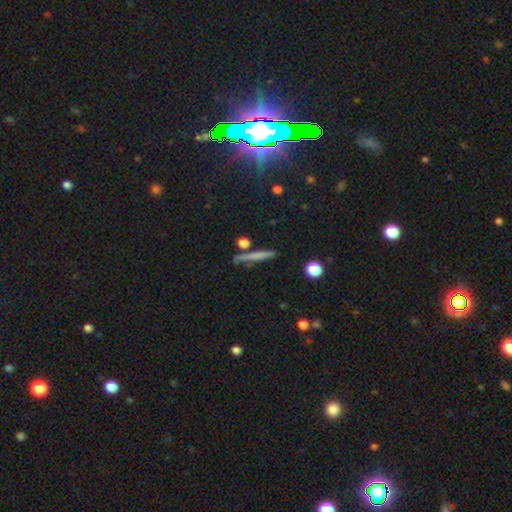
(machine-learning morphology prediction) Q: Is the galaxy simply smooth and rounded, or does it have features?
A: smooth — 59%.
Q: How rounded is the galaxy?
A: cigar-shaped — 92%.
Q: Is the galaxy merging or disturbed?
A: none — 82%.